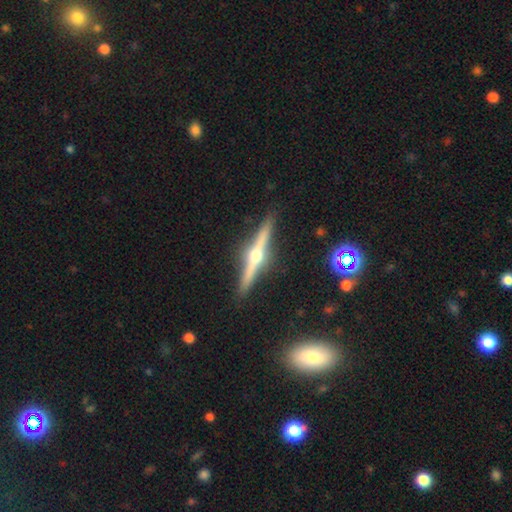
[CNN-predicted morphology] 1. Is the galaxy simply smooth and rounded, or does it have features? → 82% featured or disk, 12% smooth, 6% star or artifact.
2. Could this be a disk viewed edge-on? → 98% yes, 2% no.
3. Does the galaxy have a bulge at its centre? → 96% rounded, 2% boxy, 2% none.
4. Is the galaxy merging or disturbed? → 90% none, 7% minor disturbance, 2% major disturbance, 1% merger.